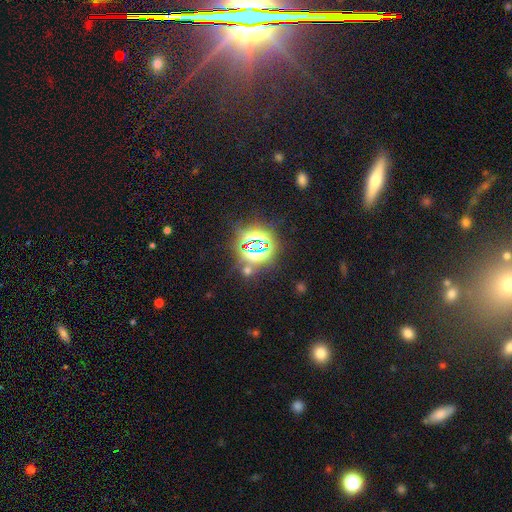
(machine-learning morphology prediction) Smooth or featured?
  - star or artifact: 73% *
  - smooth: 17%
  - featured or disk: 10%